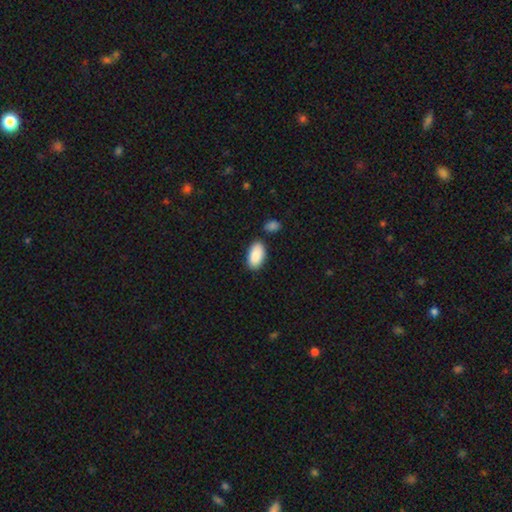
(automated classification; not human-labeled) Morphology: type=smooth (89%); roundness=in between (95%); merging=none (80%).